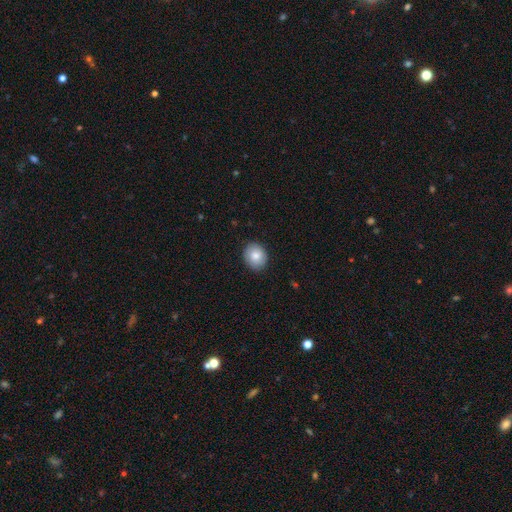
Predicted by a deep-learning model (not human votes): Morphology: type=smooth (81%); roundness=round (60%); merging=none (87%).